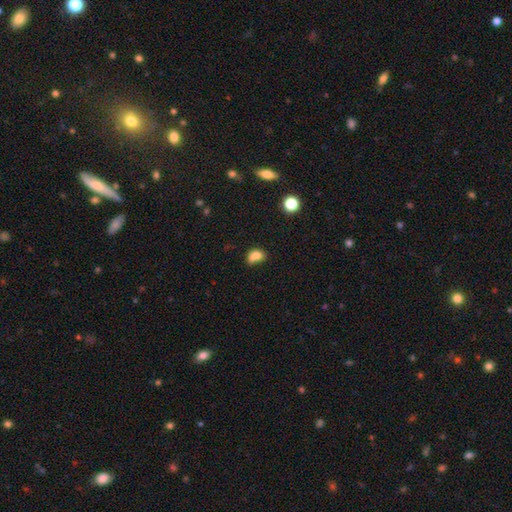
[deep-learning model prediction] smooth_or_featured: smooth (p=0.76) [alt: star or artifact p=0.12]
how_rounded: in between (p=0.70) [alt: round p=0.28]
merging: none (p=0.34) [alt: minor disturbance p=0.27]